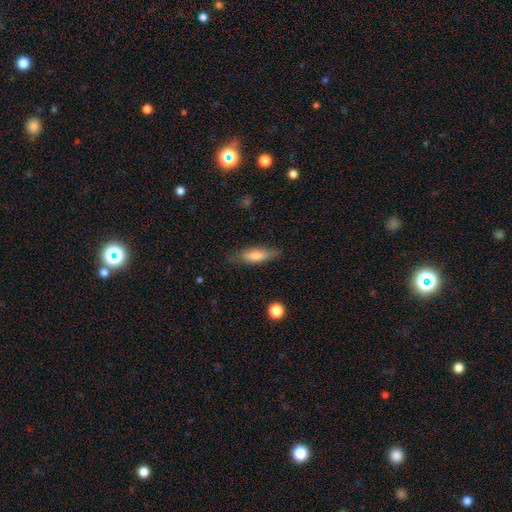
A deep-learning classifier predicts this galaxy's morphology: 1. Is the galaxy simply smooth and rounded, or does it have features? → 63% smooth, 29% featured or disk, 8% star or artifact.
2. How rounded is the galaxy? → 59% cigar-shaped, 38% in between, 2% round.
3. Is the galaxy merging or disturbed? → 80% none, 15% minor disturbance, 3% major disturbance, 1% merger.